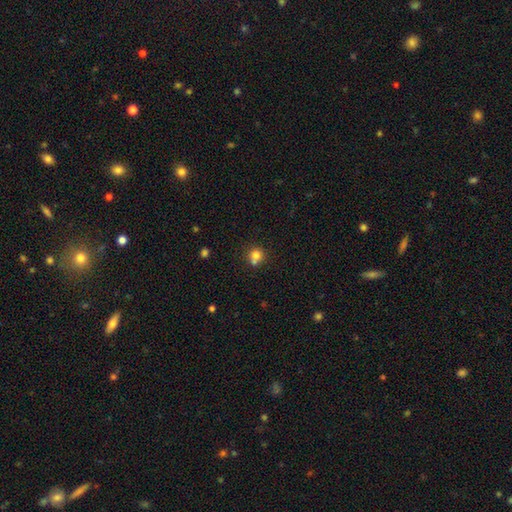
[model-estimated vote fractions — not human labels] smooth 78%, star or artifact 12%, featured or disk 10%. Down the decision tree: how rounded — round (89%); merging — none (54%).